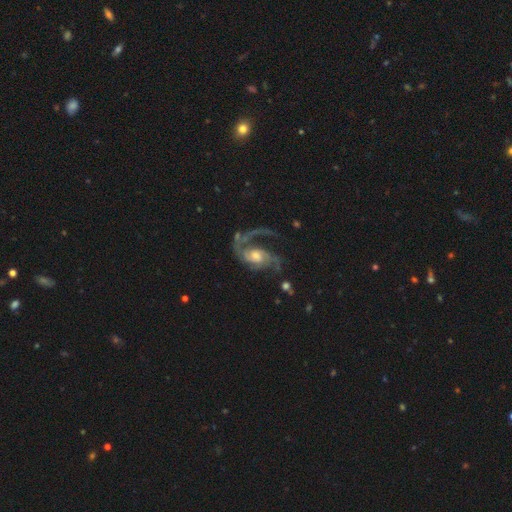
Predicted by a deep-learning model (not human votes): smooth-or-featured: featured or disk: 90% | smooth: 5% | star or artifact: 5%
  disk-edge-on: no: 98% | yes: 2%
    bar: no: 56% | weak: 34% | strong: 10%
    has-spiral-arms: yes: 97% | no: 3%
      spiral-winding: medium: 48% | loose: 34% | tight: 17%
      spiral-arm-count: 2: 58% | 1: 14% | 3: 13% | can't tell: 7% | 4: 4% | more than 4: 4%
    bulge-size: moderate: 57% | small: 23% | large: 15% | none: 3% | dominant: 2%
  merging: none: 46% | major disturbance: 32% | minor disturbance: 17% | merger: 5%